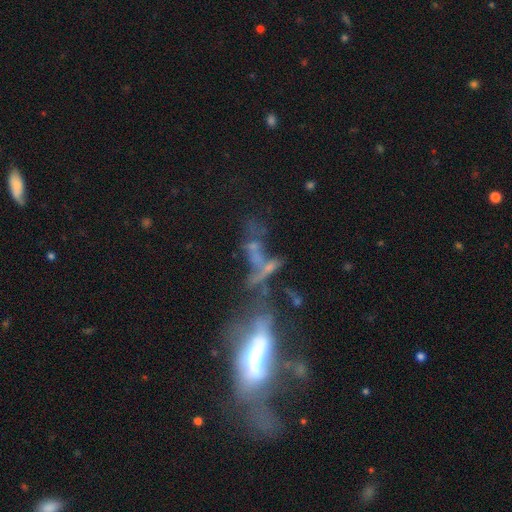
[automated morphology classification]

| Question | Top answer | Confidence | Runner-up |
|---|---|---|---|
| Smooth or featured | featured or disk | 43% | smooth (29%) |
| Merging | merger | 50% | major disturbance (24%) |